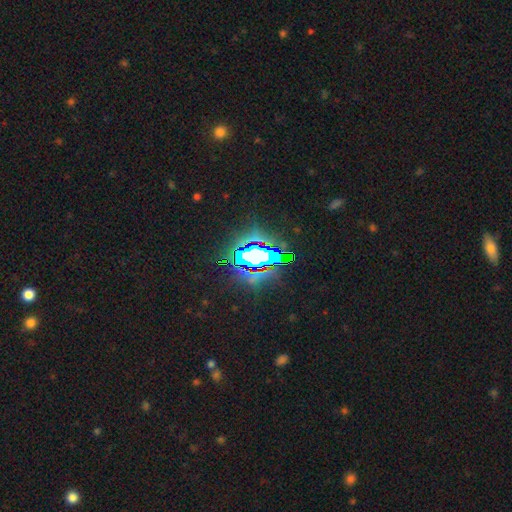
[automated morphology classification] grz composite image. It shows a star or artifact, not a galaxy (72%).